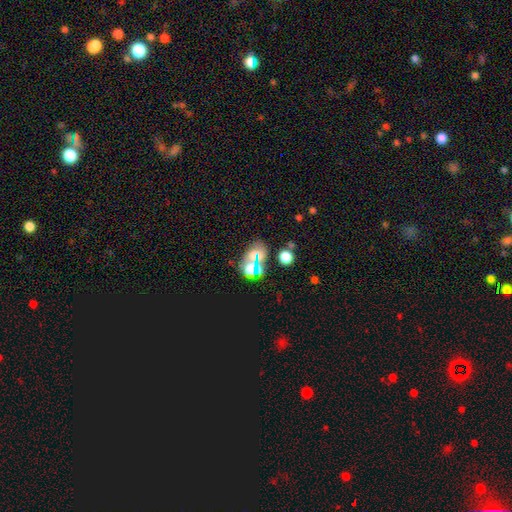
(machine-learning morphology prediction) This appears to be a smooth galaxy with no disk features (43%). Merging: none (48%).